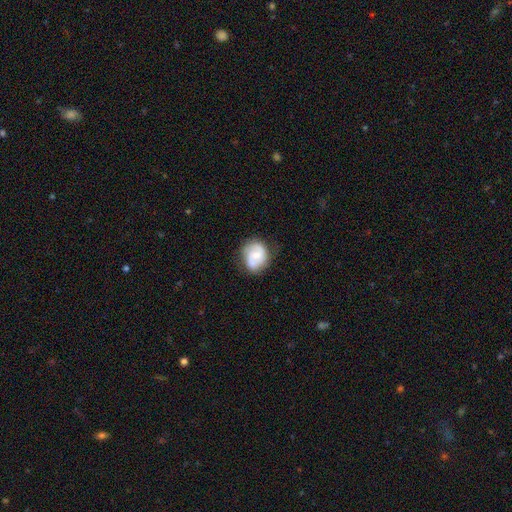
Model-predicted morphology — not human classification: Overall: featured or disk (61%; smooth 32%). Edge-on disk: no (98%). Bar: no (59%; weak 35%). Spiral arms: yes (89%). Spiral arm count: 2 (80%). Spiral winding: medium (46%; tight 32%). Bulge size: small (46%; moderate 44%). Merging: none (72%).